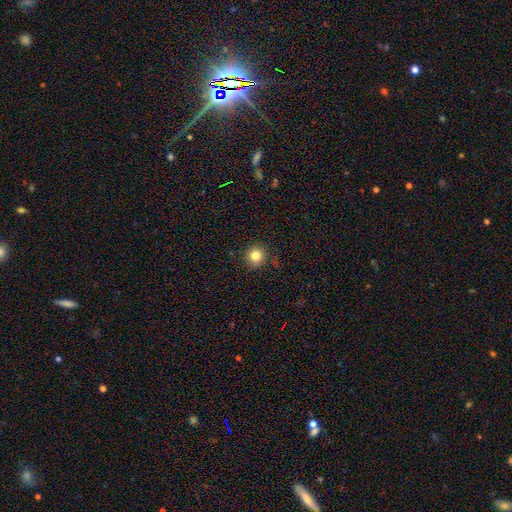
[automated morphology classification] Q: Smooth or featured?
A: smooth (82%); runner-up: star or artifact (11%)
Q: How rounded?
A: round (93%); runner-up: in between (6%)
Q: Merging?
A: none (88%); runner-up: minor disturbance (8%)